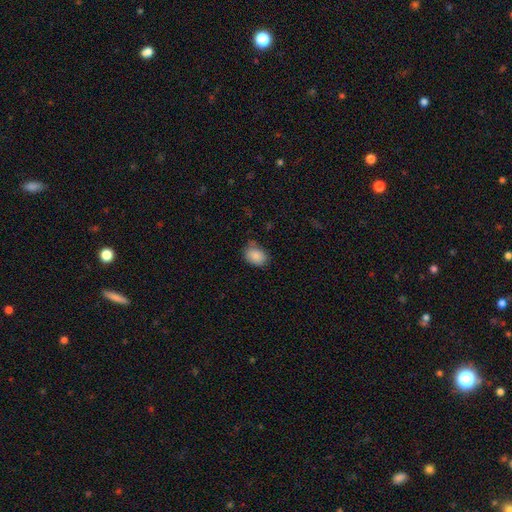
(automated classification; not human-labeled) Overall: smooth (86%). How rounded: in between (65%; round 34%). Merging: none (69%).